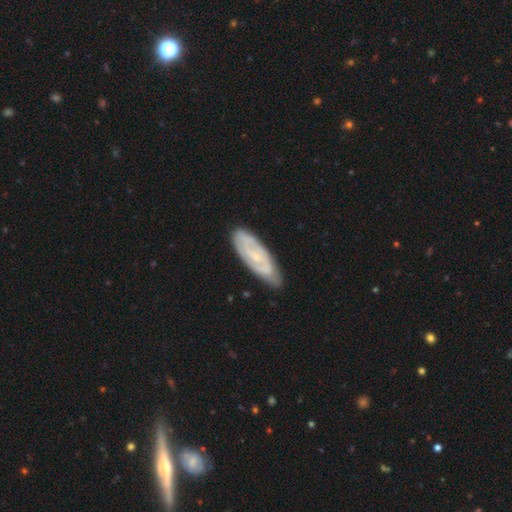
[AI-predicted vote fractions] Smooth or featured: featured or disk — 64% (smooth — 29%)
Edge-on disk: no — 85% (yes — 15%)
Bar: no — 60% (weak — 32%)
Spiral arms: yes — 77% (no — 23%)
Bulge size: small — 73% (moderate — 17%)
Merging: none — 76% (minor disturbance — 19%)